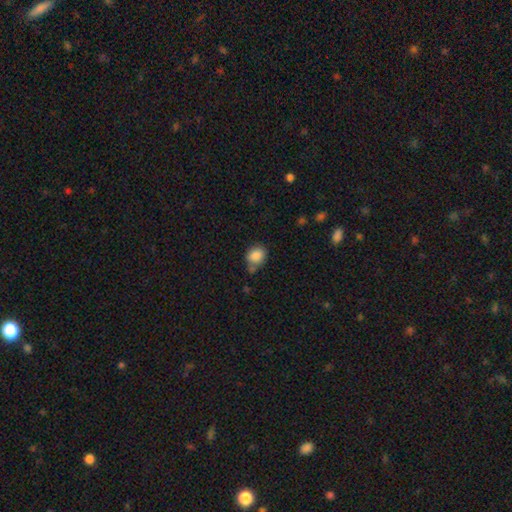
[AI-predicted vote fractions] Q: Smooth or featured?
A: smooth (86%); runner-up: star or artifact (9%)
Q: How rounded?
A: round (57%); runner-up: in between (42%)
Q: Merging?
A: none (59%); runner-up: minor disturbance (22%)